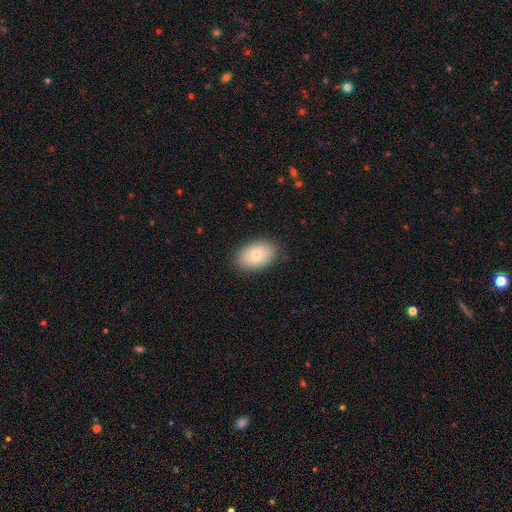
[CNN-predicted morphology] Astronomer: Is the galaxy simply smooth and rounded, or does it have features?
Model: smooth — 83%.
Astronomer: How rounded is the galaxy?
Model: in between — 91%.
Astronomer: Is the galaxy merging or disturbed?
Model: none — 87%.